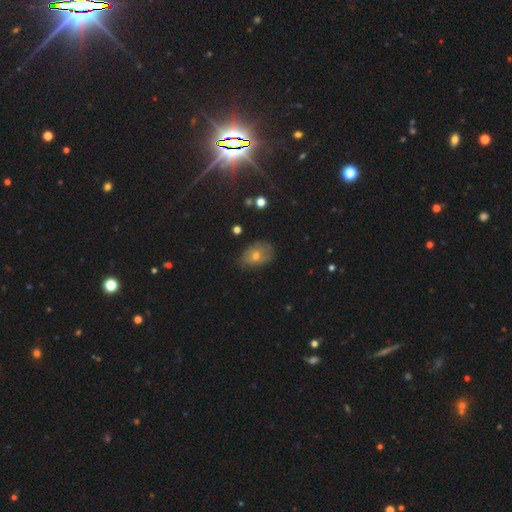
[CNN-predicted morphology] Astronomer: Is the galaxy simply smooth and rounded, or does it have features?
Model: smooth — 62%.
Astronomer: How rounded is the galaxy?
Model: in between — 77%.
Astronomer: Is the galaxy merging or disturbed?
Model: none — 62%.